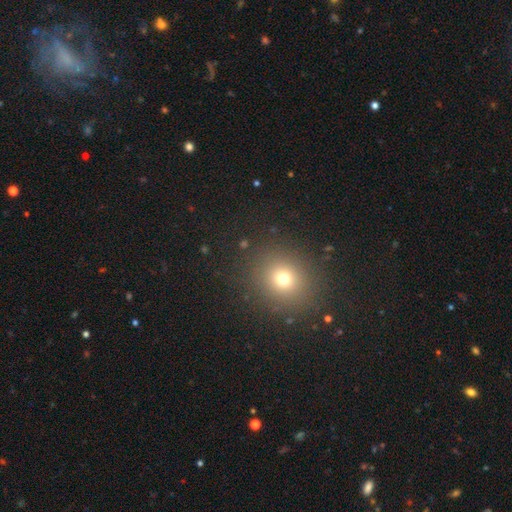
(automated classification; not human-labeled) smooth-or-featured: smooth: 61% | star or artifact: 32% | featured or disk: 7%
  how-rounded: round: 84% | in between: 15% | cigar-shaped: 1%
  merging: none: 91% | minor disturbance: 5% | major disturbance: 2% | merger: 1%